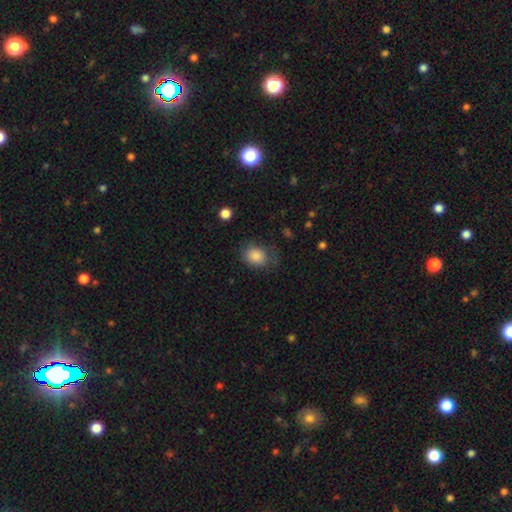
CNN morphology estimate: This appears to be a smooth galaxy with no disk features (85%) that is round (50%). Merging: none (64%).